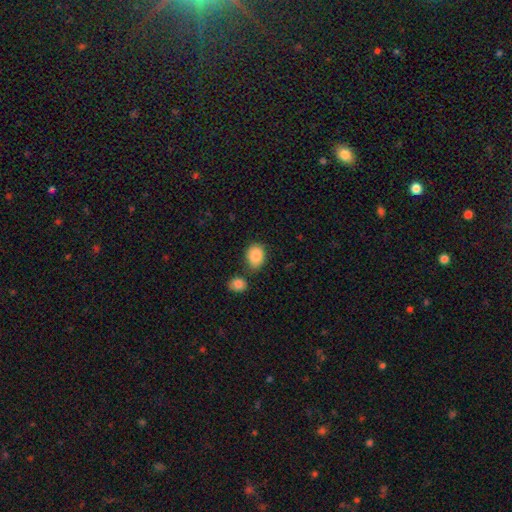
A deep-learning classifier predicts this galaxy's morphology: smooth-or-featured: smooth: 87% | star or artifact: 8% | featured or disk: 5%
  how-rounded: in between: 64% | round: 35% | cigar-shaped: 1%
  merging: none: 67% | minor disturbance: 16% | merger: 12% | major disturbance: 4%